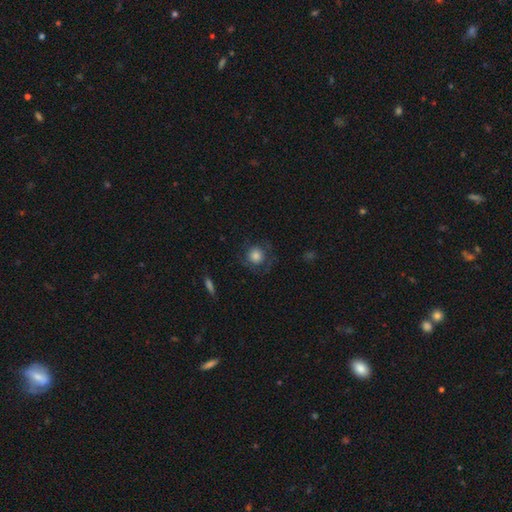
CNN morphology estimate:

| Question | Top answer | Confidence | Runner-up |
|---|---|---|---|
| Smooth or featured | smooth | 71% | featured or disk (20%) |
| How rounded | round | 92% | in between (7%) |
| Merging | none | 71% | minor disturbance (16%) |